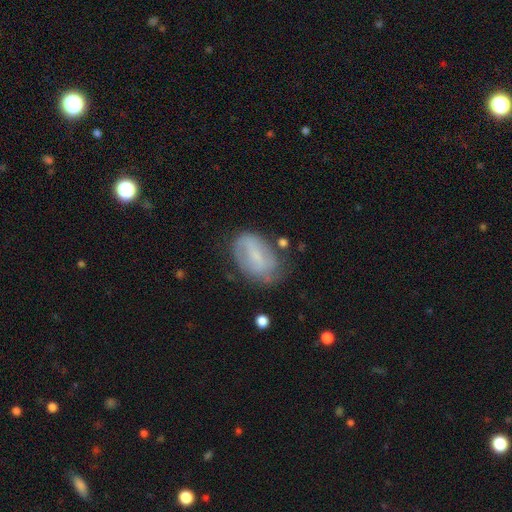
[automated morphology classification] Smooth or featured: featured or disk — 48% (smooth — 44%)
Merging: none — 54% (minor disturbance — 29%)